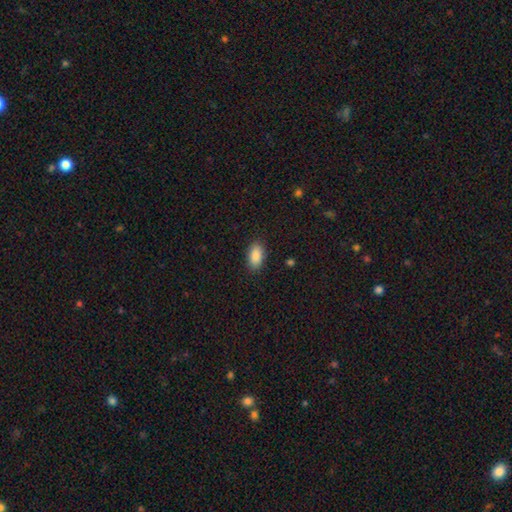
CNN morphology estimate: smooth 89%, star or artifact 7%, featured or disk 4%. Down the decision tree: how rounded — in between (93%); merging — none (88%).